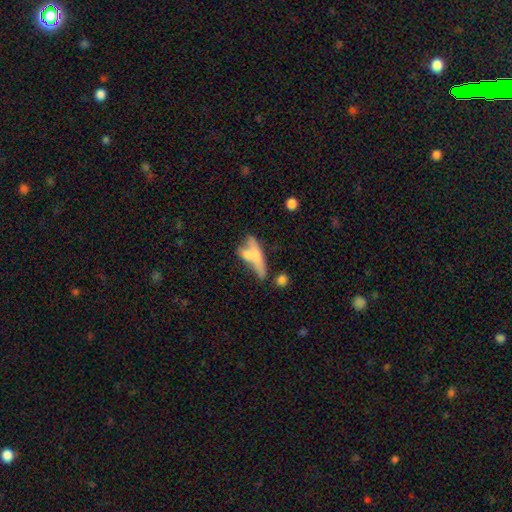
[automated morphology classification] Smooth or featured? featured or disk (44%)
Merging? merger (38%)